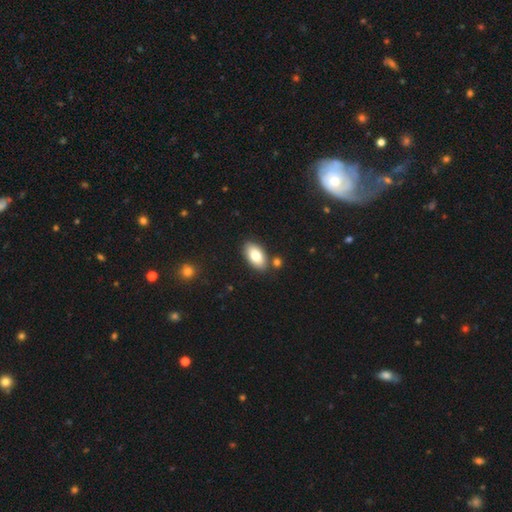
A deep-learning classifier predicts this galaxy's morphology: A smooth galaxy with no disk features (79%) that is in between round and cigar-shaped (94%).

Vote fractions:
- Smooth or featured? smooth: 79% / featured or disk: 14% / star or artifact: 7%
- How rounded? in between: 94% / round: 4% / cigar-shaped: 3%
- Merging? none: 82% / minor disturbance: 9% / merger: 7% / major disturbance: 2%